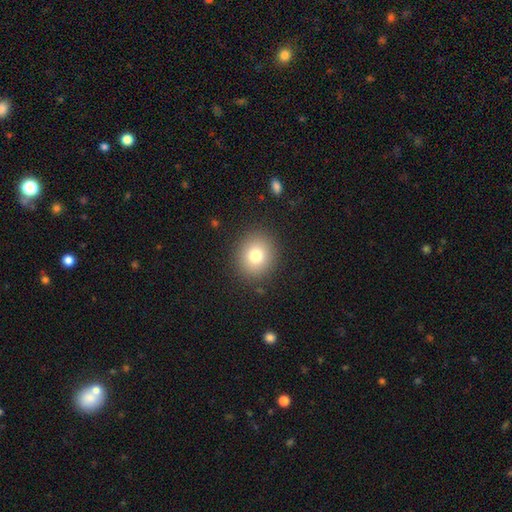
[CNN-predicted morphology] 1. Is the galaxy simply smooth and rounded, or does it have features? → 78% smooth, 12% star or artifact, 10% featured or disk.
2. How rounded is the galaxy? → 81% round, 18% in between, 1% cigar-shaped.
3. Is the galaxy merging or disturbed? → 89% none, 7% minor disturbance, 3% major disturbance, 1% merger.